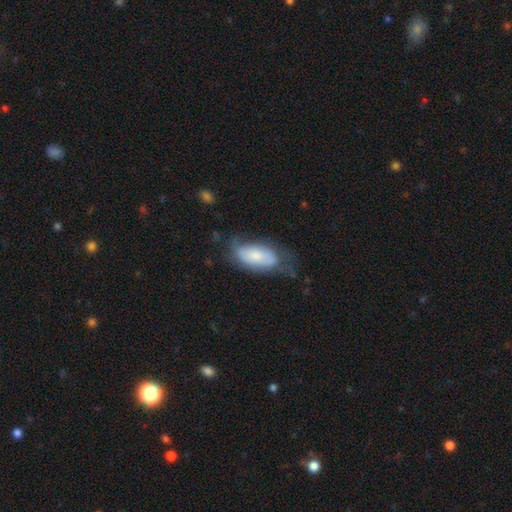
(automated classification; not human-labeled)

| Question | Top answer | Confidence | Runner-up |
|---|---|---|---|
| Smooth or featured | smooth | 60% | featured or disk (33%) |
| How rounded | in between | 89% | cigar-shaped (9%) |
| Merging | none | 49% | minor disturbance (31%) |